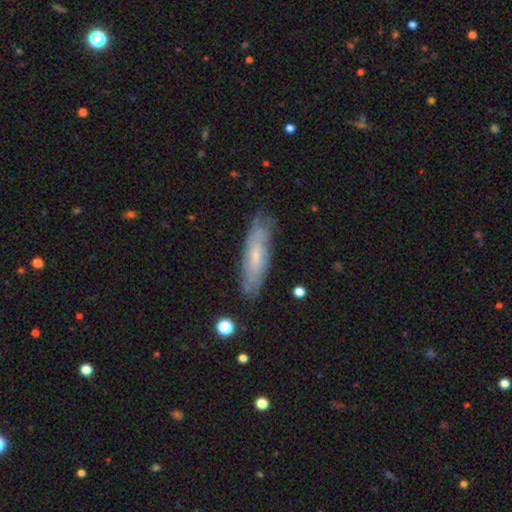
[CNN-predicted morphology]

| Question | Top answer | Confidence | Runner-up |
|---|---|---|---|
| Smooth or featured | featured or disk | 52% | smooth (41%) |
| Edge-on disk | no | 65% | yes (35%) |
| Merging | none | 76% | minor disturbance (18%) |